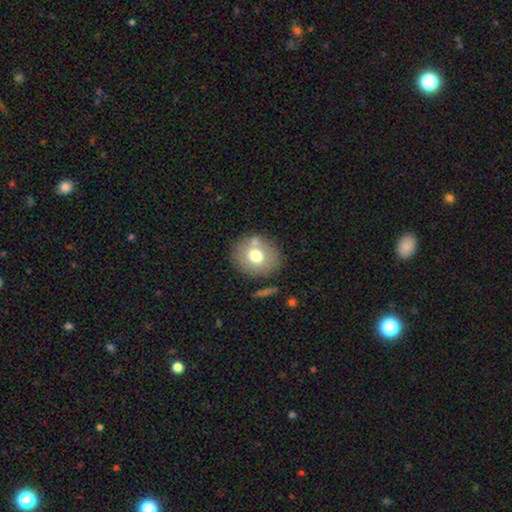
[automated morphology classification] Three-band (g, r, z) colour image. It shows a smooth galaxy with no disk features (69%) that is round (72%). Merging: none (76%).